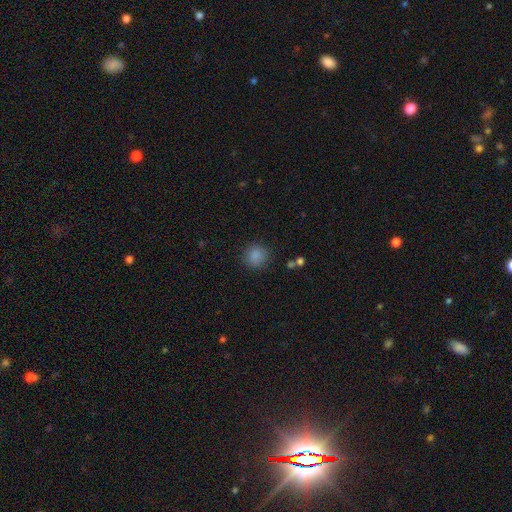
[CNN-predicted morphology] A smooth galaxy with no disk features (86%) that is round (90%).

Vote fractions:
- Smooth or featured? smooth: 86% / star or artifact: 10% / featured or disk: 3%
- How rounded? round: 90% / in between: 9% / cigar-shaped: 1%
- Merging? none: 88% / minor disturbance: 8% / major disturbance: 3% / merger: 2%